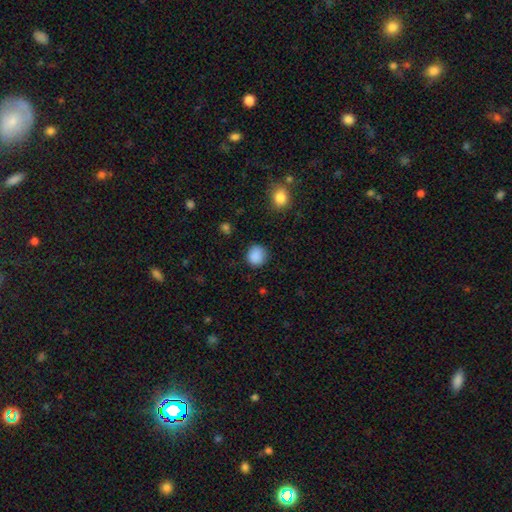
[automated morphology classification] Smooth or featured? Predicted: smooth (p=0.88). How rounded? Predicted: round (p=0.87). Merging? Predicted: none (p=0.86).